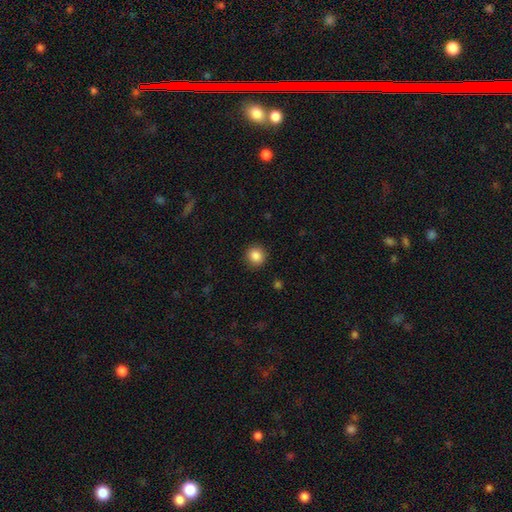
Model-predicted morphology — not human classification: This appears to be a smooth galaxy with no disk features (87%) that is round (89%). Merging: none (91%).